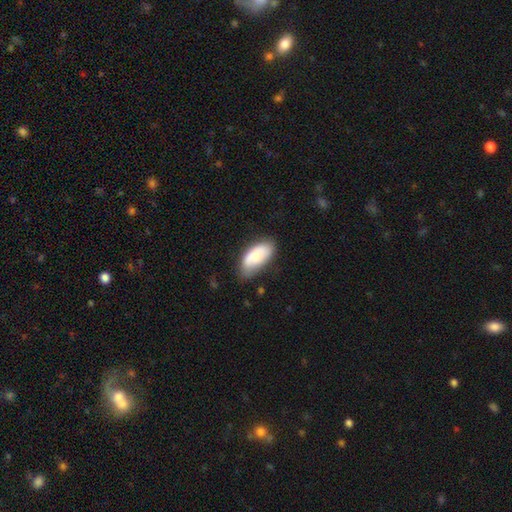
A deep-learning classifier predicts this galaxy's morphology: A smooth galaxy with no disk features (77%) that is in between round and cigar-shaped (92%).

Vote fractions:
- Smooth or featured? smooth: 77% / featured or disk: 17% / star or artifact: 6%
- How rounded? in between: 92% / cigar-shaped: 6% / round: 2%
- Merging? none: 64% / minor disturbance: 28% / major disturbance: 6% / merger: 2%